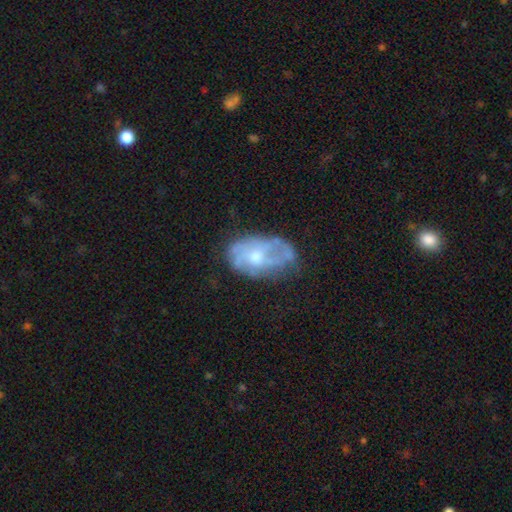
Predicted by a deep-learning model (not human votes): The model was most divided on "spiral arms" (2-way tie): no: 50%, yes: 50%. More confident: edge-on disk — no (96%); bar — no (80%); smooth or featured — featured or disk (65%); bulge size — moderate (58%); merging — none (53%).